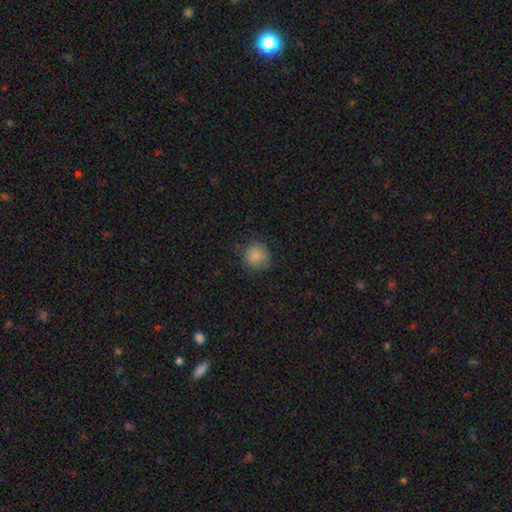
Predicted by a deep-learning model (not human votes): Morphology: type=smooth (85%); roundness=round (90%); merging=none (82%).